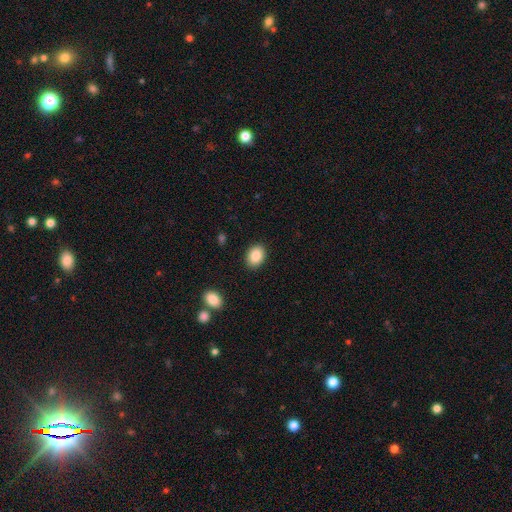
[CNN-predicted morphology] Overall: smooth (88%). How rounded: in between (74%). Merging: none (89%).